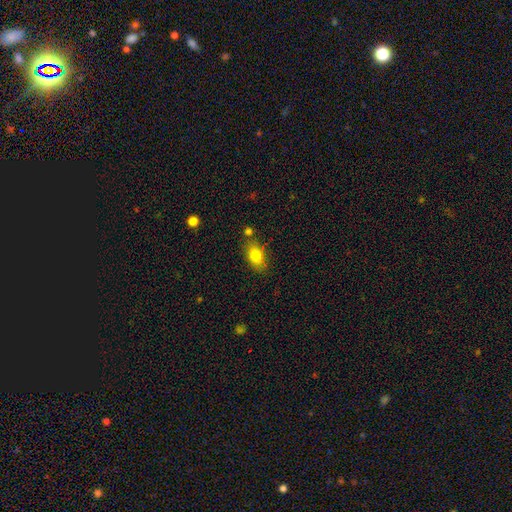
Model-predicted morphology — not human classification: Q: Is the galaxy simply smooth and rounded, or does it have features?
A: smooth — 80%.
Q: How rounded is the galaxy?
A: in between — 84%.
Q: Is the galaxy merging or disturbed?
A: none — 75%.